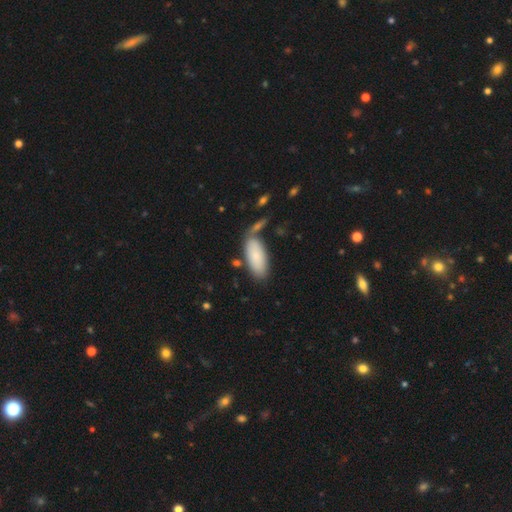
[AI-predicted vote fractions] smooth-or-featured: smooth: 82% | featured or disk: 12% | star or artifact: 6%
  how-rounded: in between: 84% | cigar-shaped: 15% | round: 2%
  merging: none: 66% | minor disturbance: 17% | merger: 13% | major disturbance: 4%